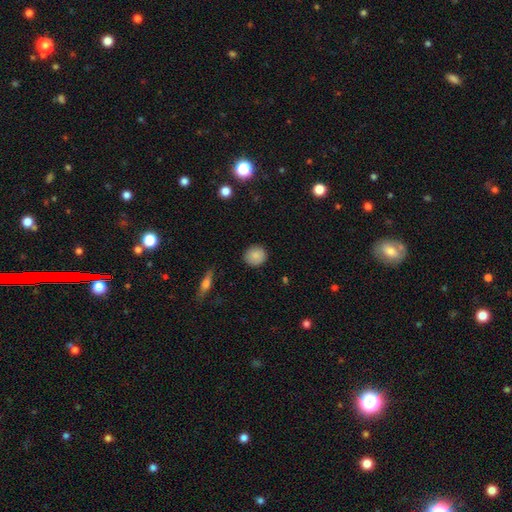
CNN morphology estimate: The model was most divided on "how rounded": round: 88%, in between: 11%, cigar-shaped: 1%. More confident: merging — none (88%); smooth or featured — smooth (86%).